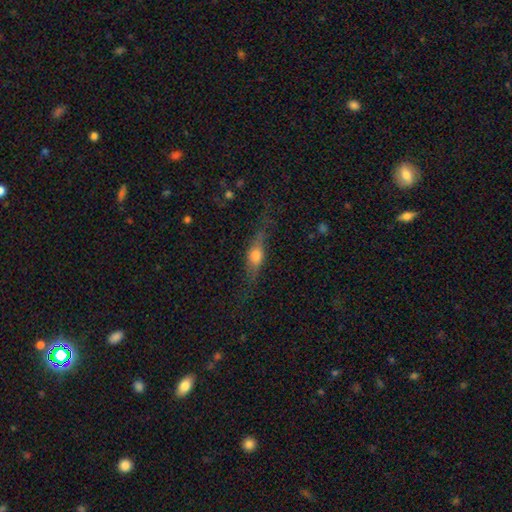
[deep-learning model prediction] Morphology: type=featured or disk (45%, tied with smooth); merging=none (73%).